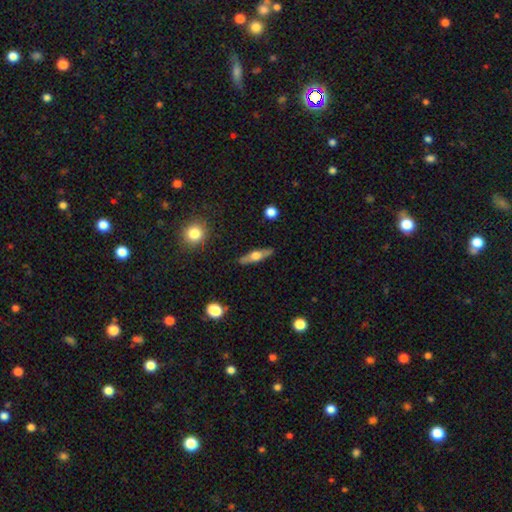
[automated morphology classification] This appears to be a featured or disk galaxy (58%) viewed edge-on (92%) with a rounded central bulge (92%). Merging: none (86%).